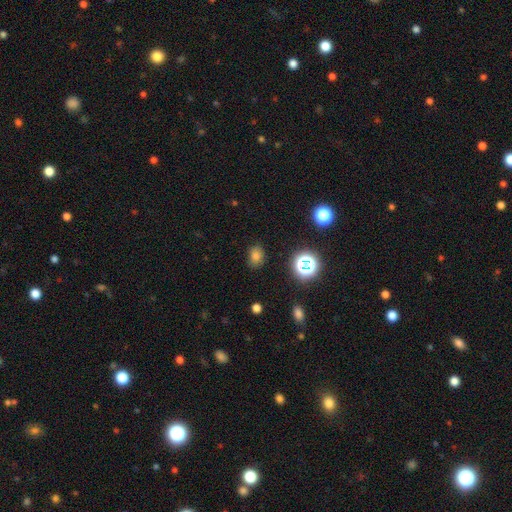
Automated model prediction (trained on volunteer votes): A smooth galaxy with no disk features (73%) that is in between round and cigar-shaped (65%). Merging: none (84%).